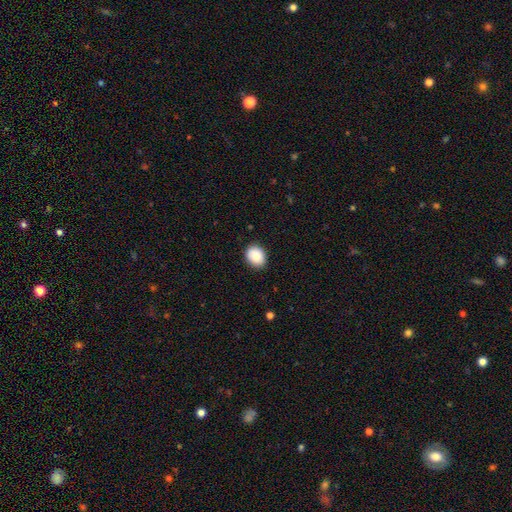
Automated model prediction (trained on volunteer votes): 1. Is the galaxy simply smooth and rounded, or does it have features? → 87% smooth, 7% star or artifact, 5% featured or disk.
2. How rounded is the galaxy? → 51% round, 48% in between, 1% cigar-shaped.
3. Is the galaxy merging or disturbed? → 87% none, 10% minor disturbance, 2% major disturbance, 1% merger.